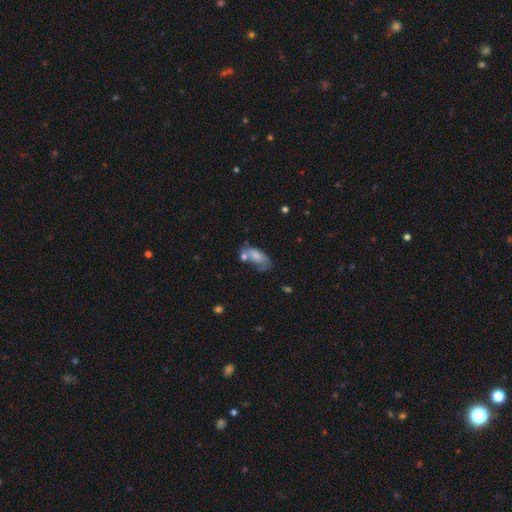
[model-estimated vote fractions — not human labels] Morphology: type=smooth (64%); roundness=in between (86%); merging=none (29%).